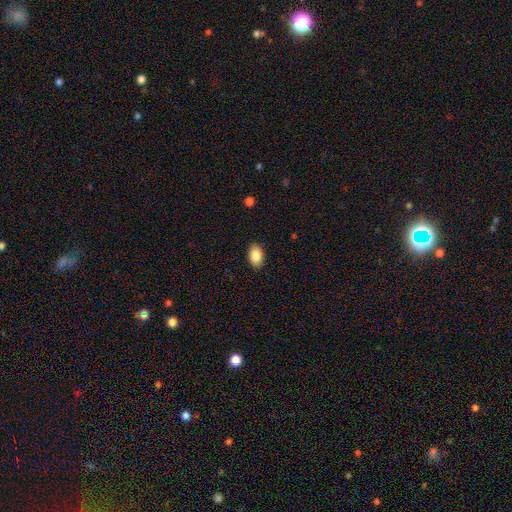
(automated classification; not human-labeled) Morphology: type=smooth (87%); roundness=in between (89%); merging=none (88%).